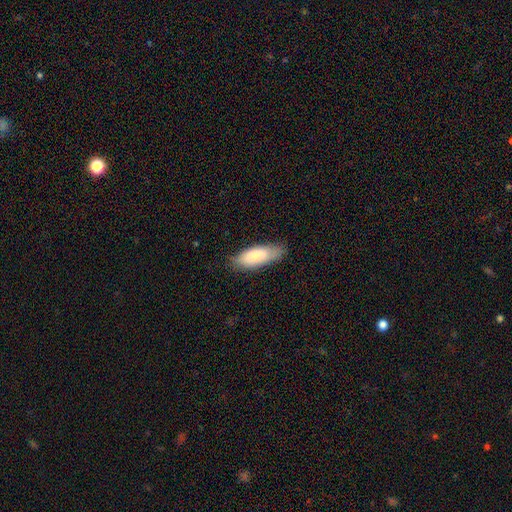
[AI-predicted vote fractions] Smooth or featured? Predicted: smooth (p=0.77). How rounded? Predicted: in between (p=0.72). Merging? Predicted: none (p=0.75).